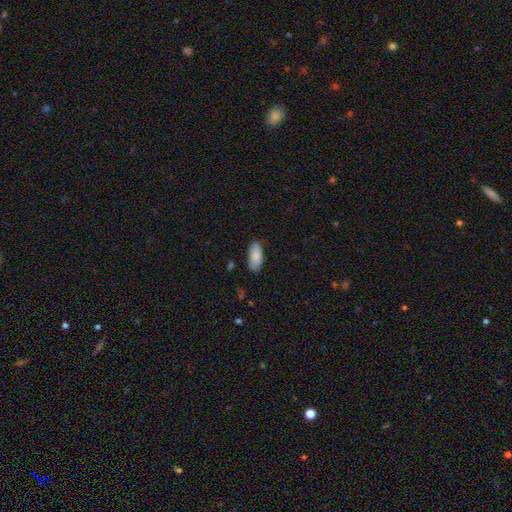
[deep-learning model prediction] A smooth galaxy with no disk features (84%) that is in between round and cigar-shaped (89%). Merging: none (80%).